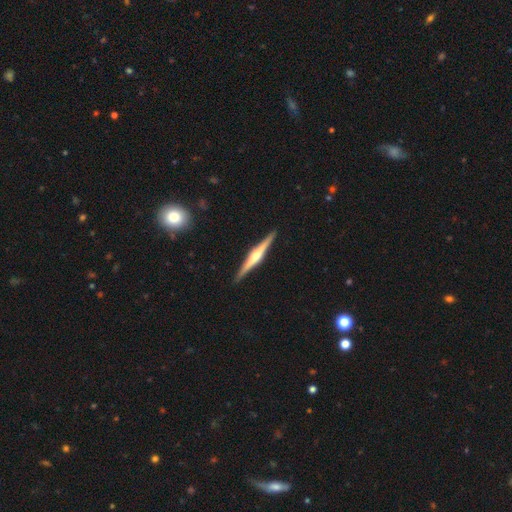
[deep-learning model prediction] Q: Smooth or featured?
A: featured or disk (81%); runner-up: smooth (14%)
Q: Edge-on disk?
A: yes (98%); runner-up: no (2%)
Q: Edge-on bulge?
A: rounded (89%); runner-up: boxy (7%)
Q: Merging?
A: none (92%); runner-up: minor disturbance (6%)